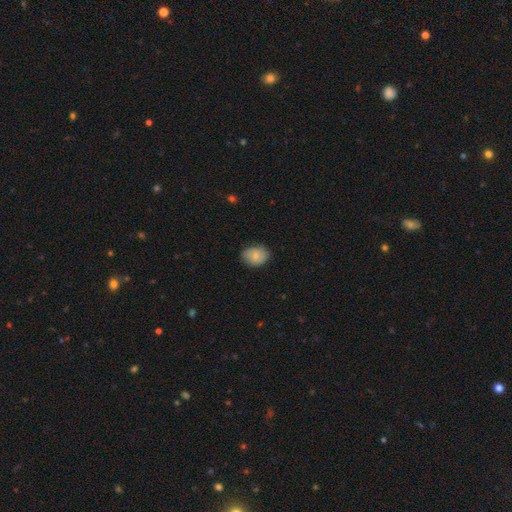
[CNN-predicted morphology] smooth_or_featured: smooth (p=0.76) [alt: featured or disk p=0.17]
how_rounded: in between (p=0.62) [alt: round p=0.37]
merging: none (p=0.79) [alt: minor disturbance p=0.17]